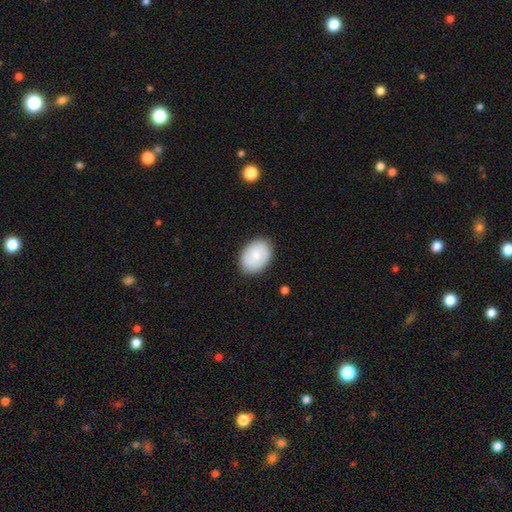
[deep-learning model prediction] The model was most divided on "how rounded": in between: 78%, round: 21%, cigar-shaped: 1%. More confident: merging — none (86%); smooth or featured — smooth (76%).